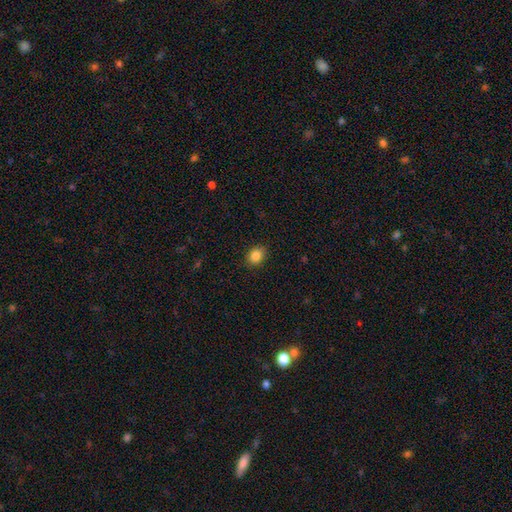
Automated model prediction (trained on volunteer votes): Smooth or featured: smooth — 85% (star or artifact — 10%)
How rounded: in between — 53% (round — 46%)
Merging: none — 88% (minor disturbance — 8%)